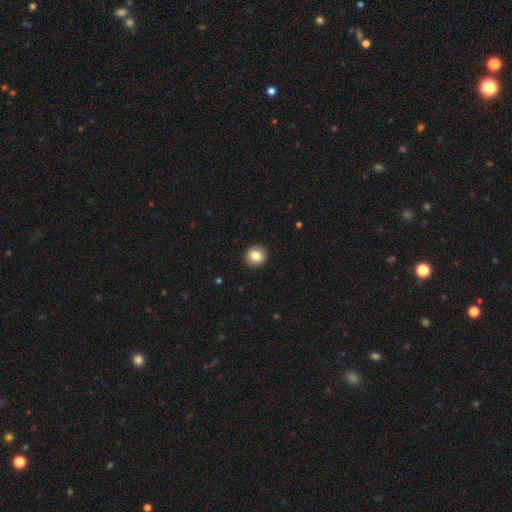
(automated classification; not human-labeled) A smooth galaxy with no disk features (83%) that is round (90%).

Vote fractions:
- Smooth or featured? smooth: 83% / star or artifact: 9% / featured or disk: 8%
- How rounded? round: 90% / in between: 9% / cigar-shaped: 1%
- Merging? none: 93% / minor disturbance: 5% / major disturbance: 2% / merger: 1%